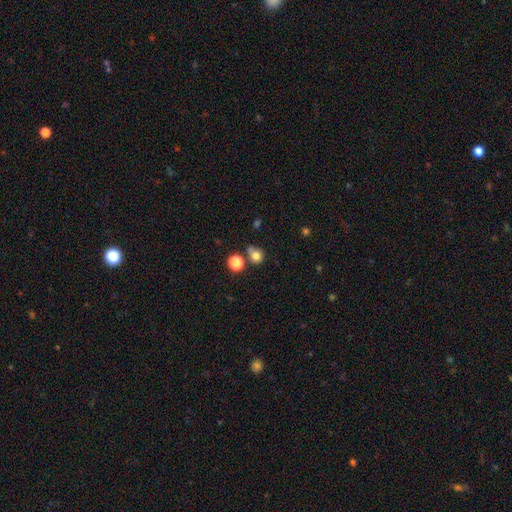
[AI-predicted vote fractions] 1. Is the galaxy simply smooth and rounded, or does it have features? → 78% smooth, 14% star or artifact, 8% featured or disk.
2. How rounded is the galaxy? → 77% round, 22% in between, 1% cigar-shaped.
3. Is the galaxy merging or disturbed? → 60% none, 17% merger, 17% minor disturbance, 6% major disturbance.